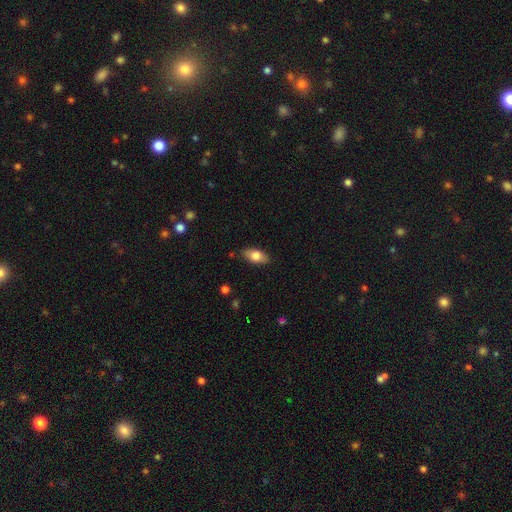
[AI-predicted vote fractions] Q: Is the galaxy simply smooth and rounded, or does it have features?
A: smooth — 76%.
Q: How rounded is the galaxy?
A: in between — 88%.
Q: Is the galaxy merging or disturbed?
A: none — 84%.